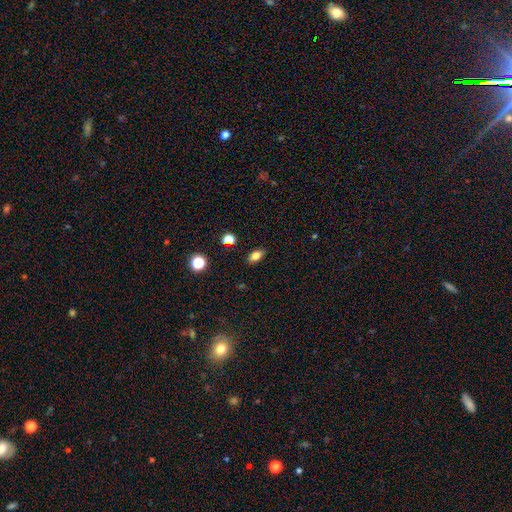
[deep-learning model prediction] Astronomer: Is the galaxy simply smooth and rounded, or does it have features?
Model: smooth — 79%.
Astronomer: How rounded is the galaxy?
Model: in between — 85%.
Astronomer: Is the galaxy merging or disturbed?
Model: none — 87%.